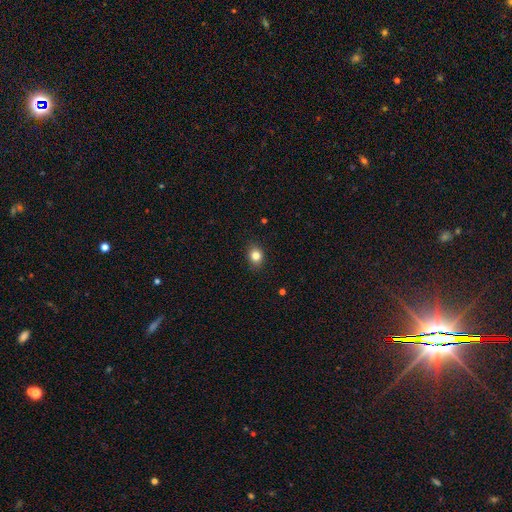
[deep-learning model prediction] Smooth or featured: smooth — 83% (star or artifact — 11%)
How rounded: round — 56% (in between — 43%)
Merging: none — 88% (minor disturbance — 9%)